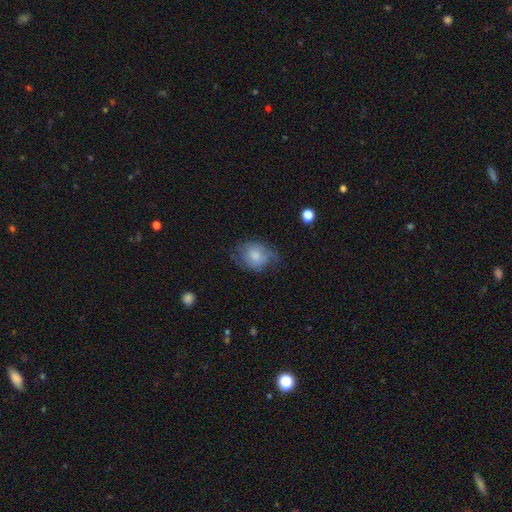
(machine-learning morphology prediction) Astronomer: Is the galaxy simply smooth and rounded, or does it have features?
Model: smooth — 63%.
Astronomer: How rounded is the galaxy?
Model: round — 53% (runner-up: in between, 46%).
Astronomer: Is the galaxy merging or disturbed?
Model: none — 48% (runner-up: minor disturbance, 33%).